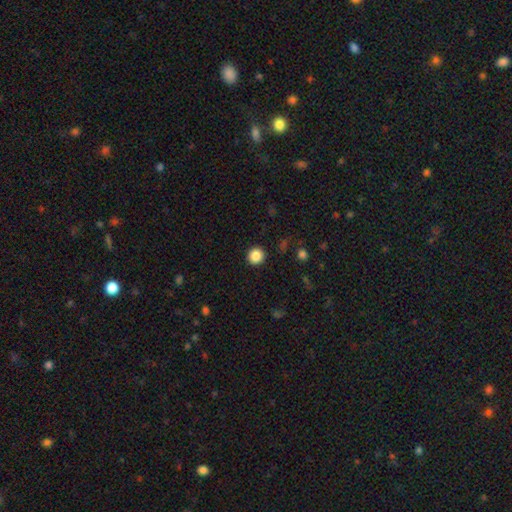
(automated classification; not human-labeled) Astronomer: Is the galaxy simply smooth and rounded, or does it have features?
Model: smooth — 87%.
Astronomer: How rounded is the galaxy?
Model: round — 93%.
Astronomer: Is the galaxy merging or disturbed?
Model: none — 92%.